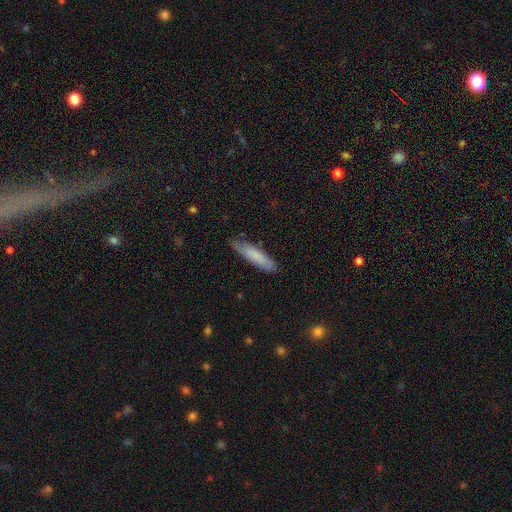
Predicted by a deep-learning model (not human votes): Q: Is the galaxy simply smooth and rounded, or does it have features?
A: smooth — 77%.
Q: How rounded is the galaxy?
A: cigar-shaped — 80%.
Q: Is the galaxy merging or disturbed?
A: none — 79%.